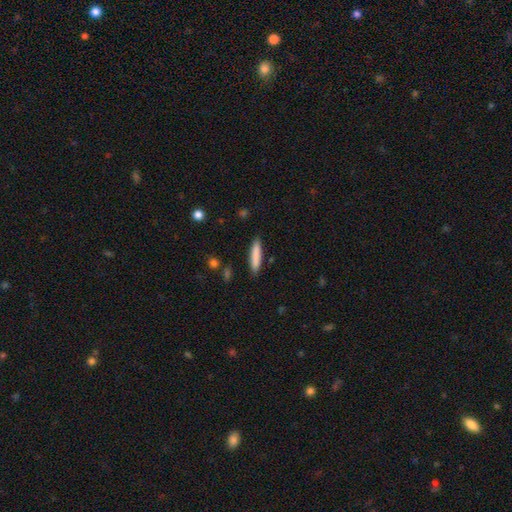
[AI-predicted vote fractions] smooth 83%, featured or disk 11%, star or artifact 6%. Down the decision tree: how rounded — cigar-shaped (87%); merging — none (88%).